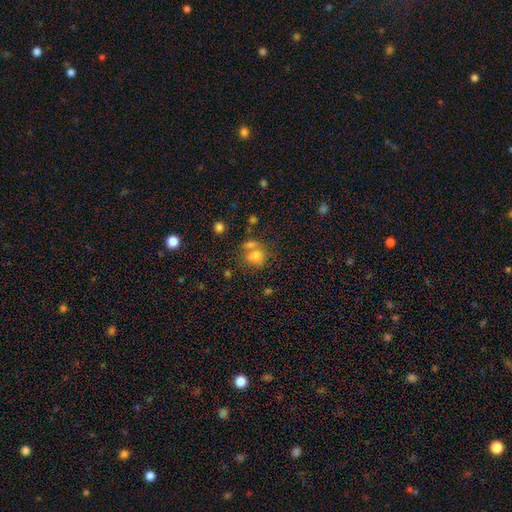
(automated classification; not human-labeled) smooth_or_featured: smooth (p=0.72) [alt: star or artifact p=0.15]
how_rounded: round (p=0.58) [alt: in between p=0.40]
merging: none (p=0.41) [alt: merger p=0.37]